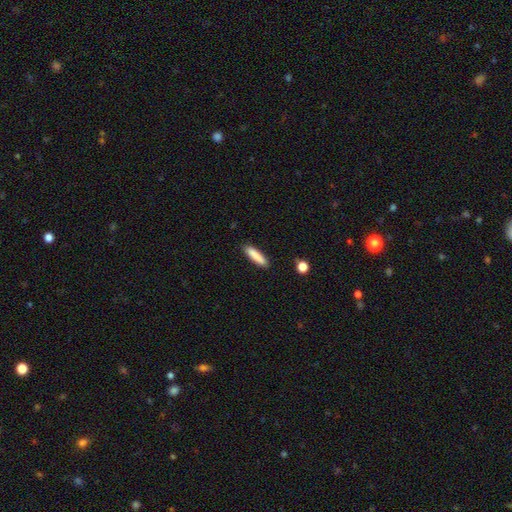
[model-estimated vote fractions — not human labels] This is clearly a smooth galaxy (86%). How rounded: clearly cigar-shaped (80%). Merging: clearly none (88%).